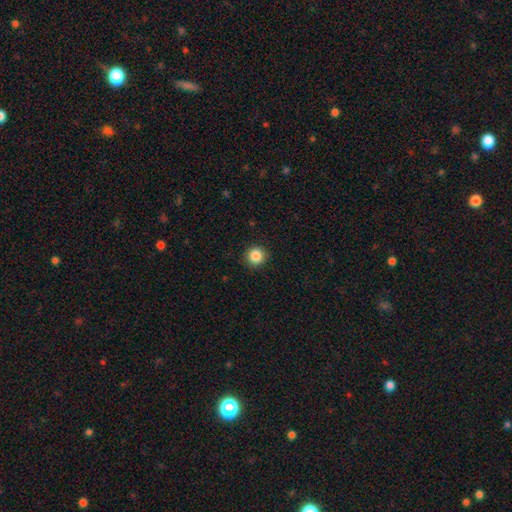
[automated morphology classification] This is clearly a smooth galaxy (86%). How rounded: clearly round (95%). Merging: clearly none (91%).